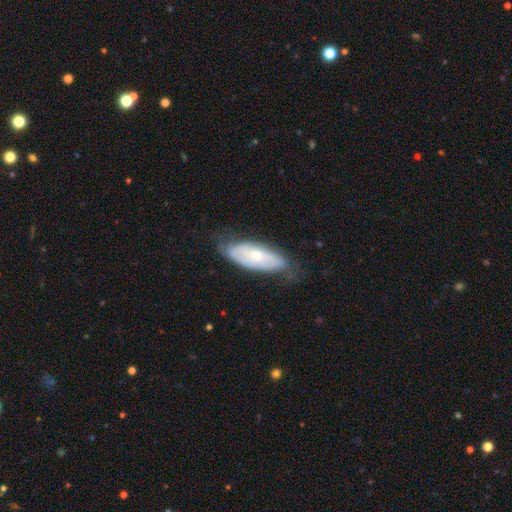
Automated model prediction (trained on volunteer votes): smooth_or_featured: featured or disk (p=0.55) [alt: smooth p=0.39]
disk_edge_on: no (p=0.80) [alt: yes p=0.20]
merging: none (p=0.62) [alt: minor disturbance p=0.28]